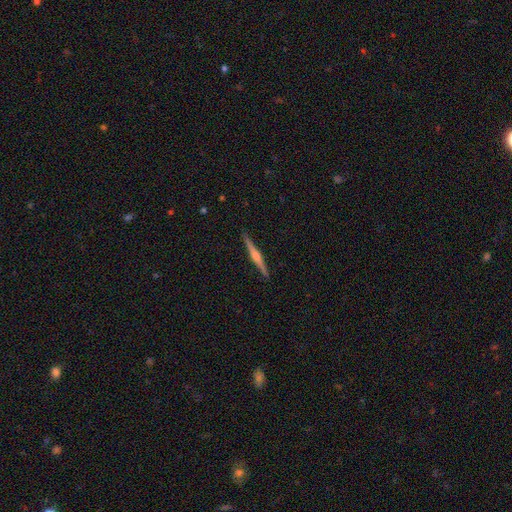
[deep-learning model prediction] Morphology: type=featured or disk (78%); edge-on=yes (99%); edge-on bulge=rounded (87%); merging=none (92%).